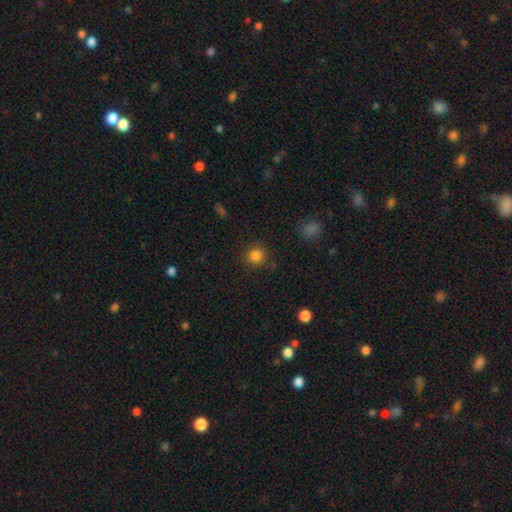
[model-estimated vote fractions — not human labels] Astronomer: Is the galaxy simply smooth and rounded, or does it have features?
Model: smooth — 84%.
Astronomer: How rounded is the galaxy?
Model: round — 91%.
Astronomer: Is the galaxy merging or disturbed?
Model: none — 84%.